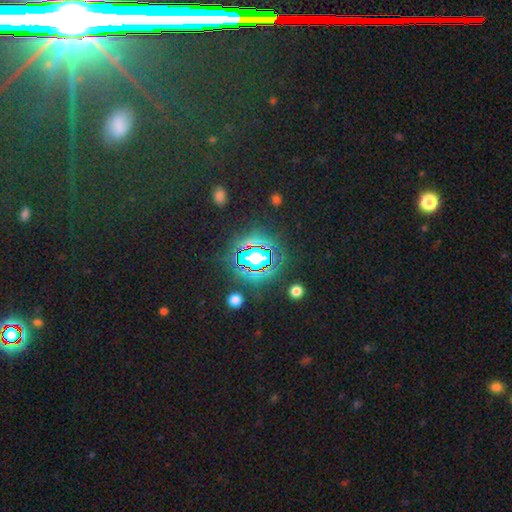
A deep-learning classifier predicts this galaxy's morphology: Smooth or featured?
  - star or artifact: 80% *
  - smooth: 12%
  - featured or disk: 8%